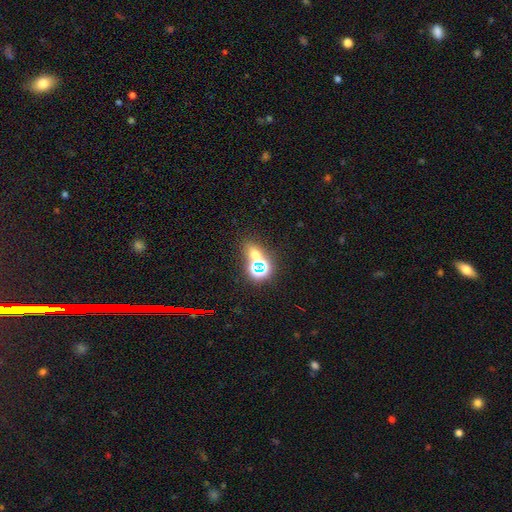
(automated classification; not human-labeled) Smooth or featured? Predicted: smooth (p=0.45). Merging? Predicted: none (p=0.60).